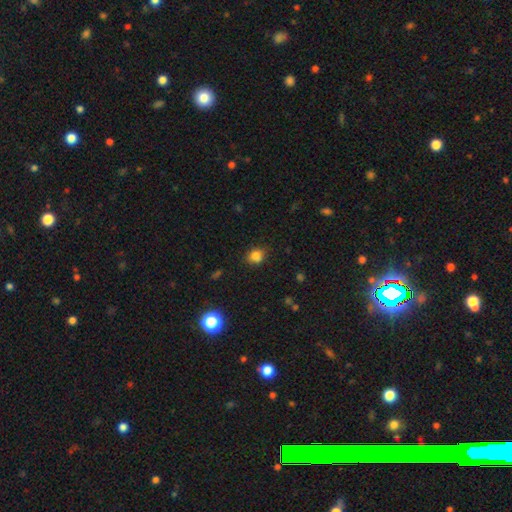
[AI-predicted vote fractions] Morphology: type=smooth (81%); roundness=round (70%); merging=none (75%).